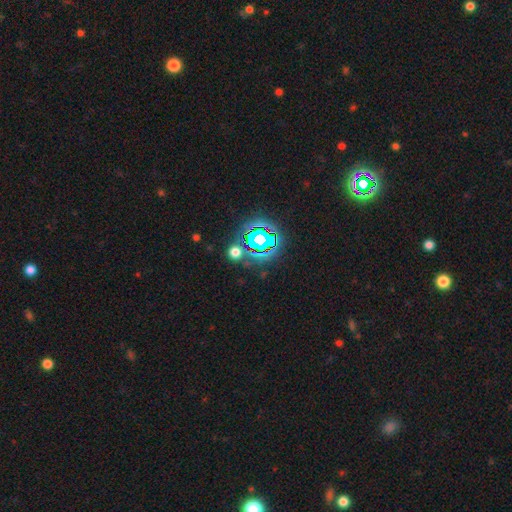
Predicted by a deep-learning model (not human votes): smooth_or_featured: star or artifact (p=0.82) [alt: smooth p=0.11]